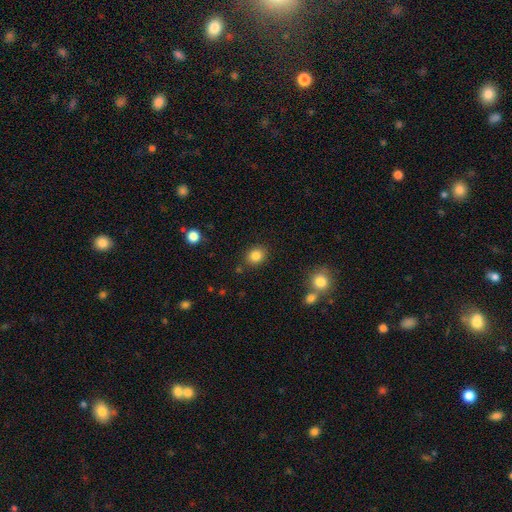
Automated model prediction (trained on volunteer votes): A smooth galaxy with no disk features (84%) that is round (62%).

Vote fractions:
- Smooth or featured? smooth: 84% / star or artifact: 11% / featured or disk: 5%
- How rounded? round: 62% / in between: 37% / cigar-shaped: 1%
- Merging? none: 85% / minor disturbance: 9% / merger: 3% / major disturbance: 3%